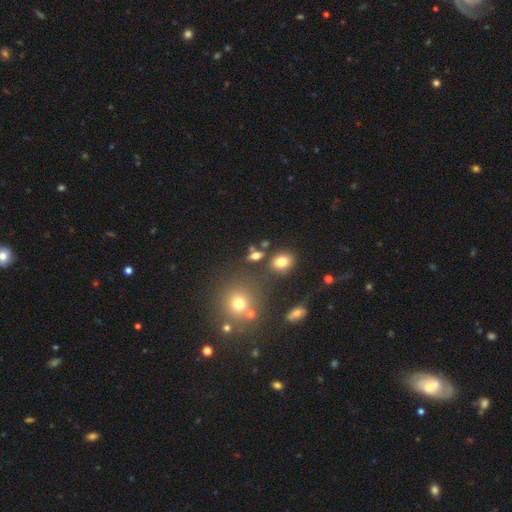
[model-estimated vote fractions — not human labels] A smooth galaxy with no disk features (69%) that is in between round and cigar-shaped (65%). Merging: none (67%).